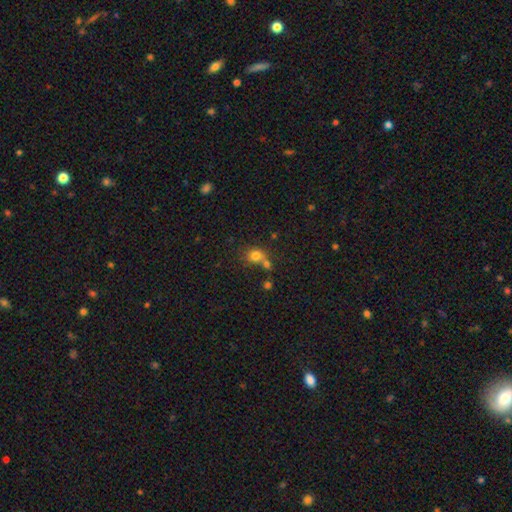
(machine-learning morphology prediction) Q: Smooth or featured?
A: smooth (77%); runner-up: star or artifact (14%)
Q: How rounded?
A: round (77%); runner-up: in between (22%)
Q: Merging?
A: none (45%); runner-up: merger (37%)